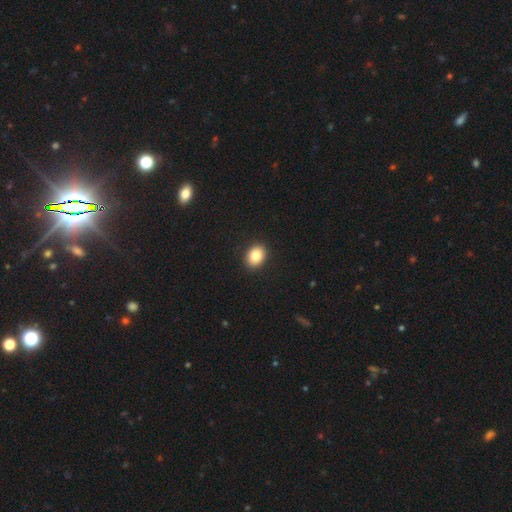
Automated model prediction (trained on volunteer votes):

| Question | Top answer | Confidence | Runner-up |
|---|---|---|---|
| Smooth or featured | smooth | 84% | star or artifact (9%) |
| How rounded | in between | 60% | round (39%) |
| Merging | none | 91% | minor disturbance (6%) |